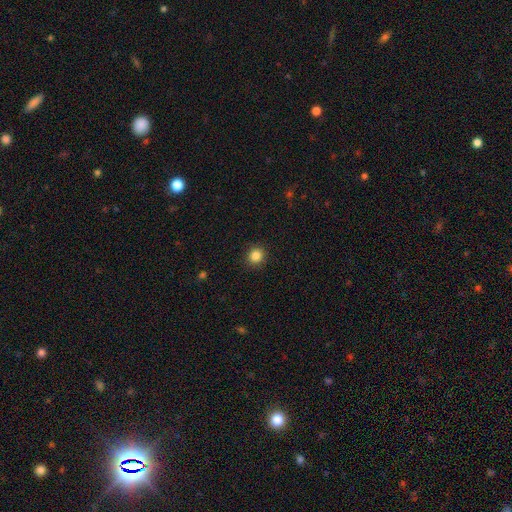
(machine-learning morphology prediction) A smooth galaxy with no disk features (86%) that is round (87%).

Vote fractions:
- Smooth or featured? smooth: 86% / star or artifact: 11% / featured or disk: 3%
- How rounded? round: 87% / in between: 12% / cigar-shaped: 1%
- Merging? none: 91% / minor disturbance: 6% / major disturbance: 2% / merger: 1%